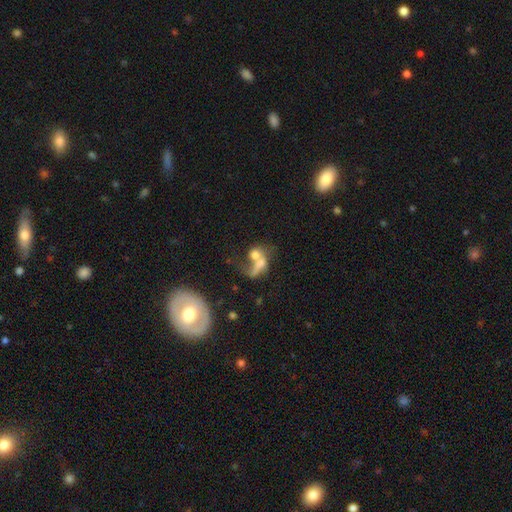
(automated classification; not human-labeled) smooth 52%, featured or disk 34%, star or artifact 14%. Down the decision tree: how rounded — in between (50%); merging — merger (59%).